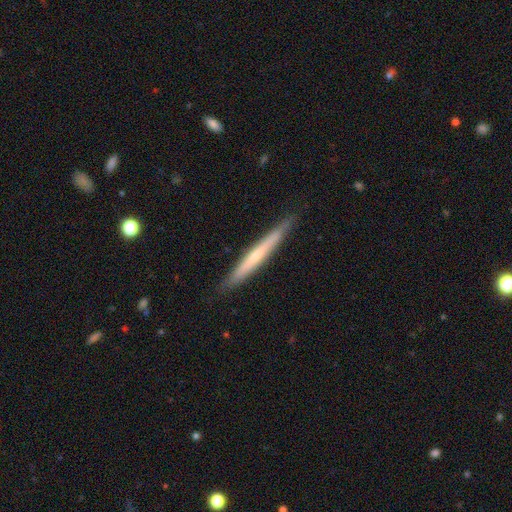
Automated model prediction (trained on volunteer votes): Smooth or featured: featured or disk — 51% (smooth — 44%)
Edge-on disk: yes — 96% (no — 4%)
Merging: none — 88% (minor disturbance — 9%)